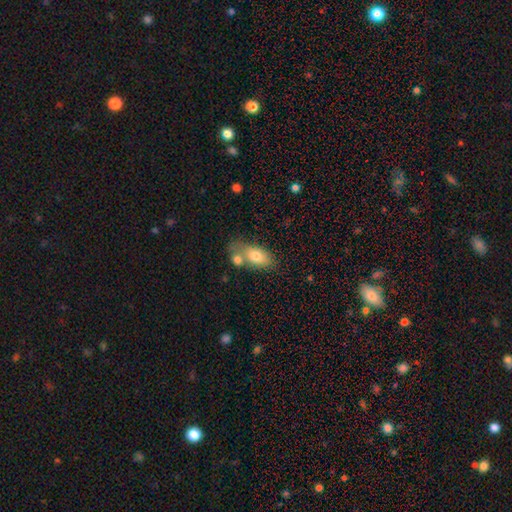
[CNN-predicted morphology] smooth-or-featured: smooth: 74% | featured or disk: 19% | star or artifact: 7%
  how-rounded: in between: 86% | round: 8% | cigar-shaped: 6%
  merging: merger: 41% | none: 39% | minor disturbance: 14% | major disturbance: 6%